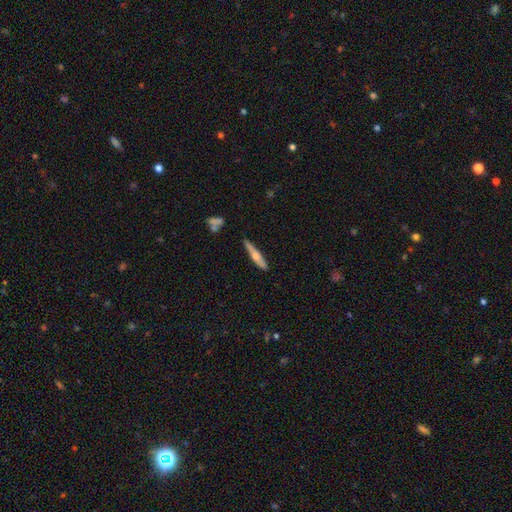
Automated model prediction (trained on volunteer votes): featured or disk 57%, smooth 37%, star or artifact 6%. Down the decision tree: edge-on disk — yes (94%); edge-on bulge — rounded (92%); merging — none (87%).